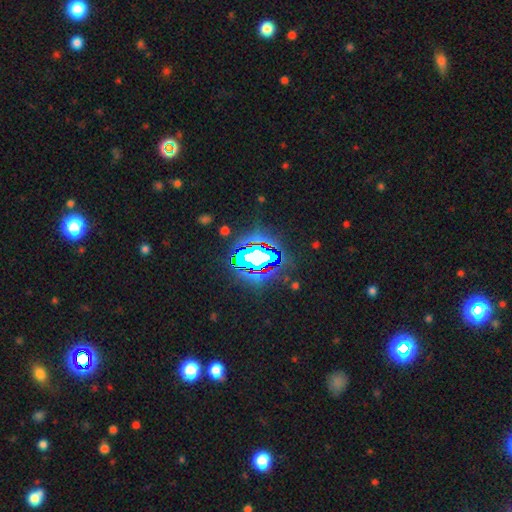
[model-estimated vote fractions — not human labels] A star or artifact, not a galaxy (77%).